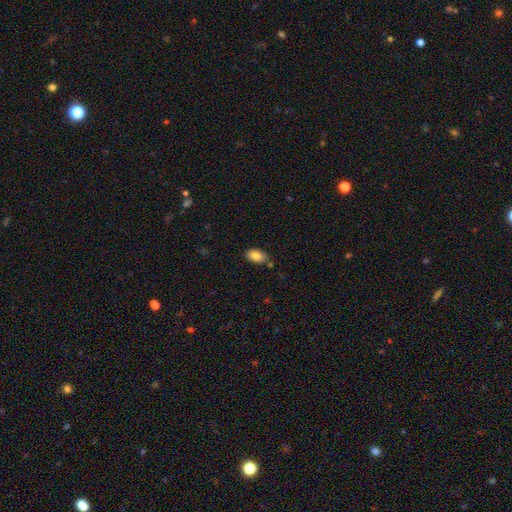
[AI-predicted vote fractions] Smooth or featured? smooth (83%)
How rounded? in between (91%)
Merging? none (78%)